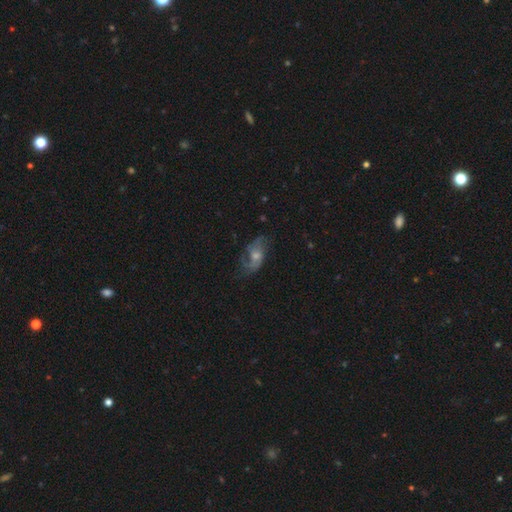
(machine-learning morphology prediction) Smooth or featured: featured or disk — 67% (smooth — 21%)
Edge-on disk: no — 94% (yes — 6%)
Bar: no — 67% (weak — 27%)
Spiral arms: yes — 85% (no — 15%)
Spiral winding: medium — 42% (loose — 39%)
Spiral arm count: 2 — 56% (can't tell — 21%)
Bulge size: moderate — 56% (small — 32%)
Merging: none — 61% (minor disturbance — 22%)